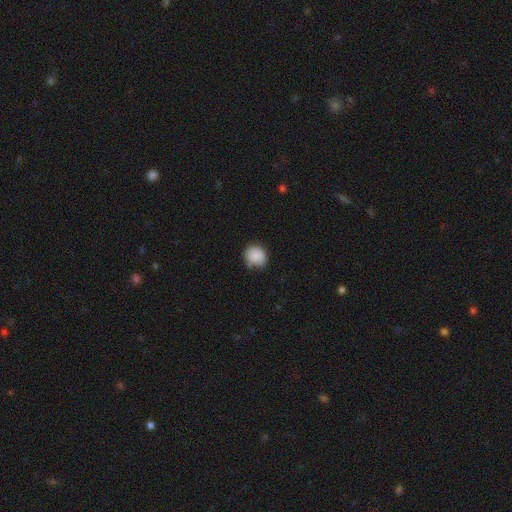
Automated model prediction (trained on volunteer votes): Smooth or featured? smooth (86%)
How rounded? round (84%)
Merging? none (73%)